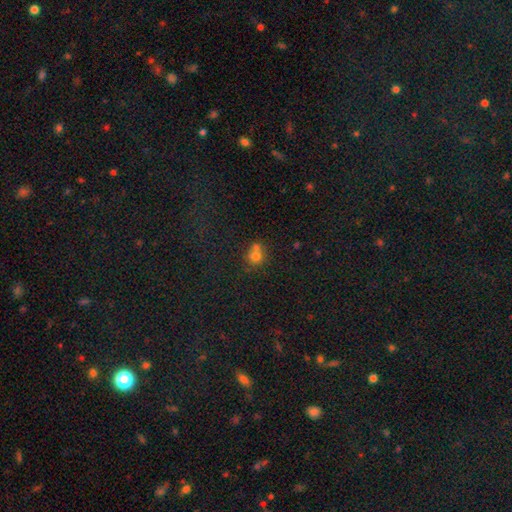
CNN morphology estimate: smooth-or-featured: smooth: 74% | star or artifact: 14% | featured or disk: 12%
  how-rounded: round: 83% | in between: 16% | cigar-shaped: 1%
  merging: merger: 46% | none: 42% | minor disturbance: 9% | major disturbance: 3%